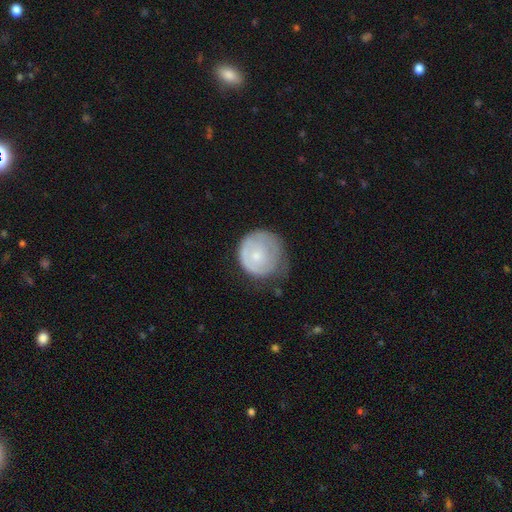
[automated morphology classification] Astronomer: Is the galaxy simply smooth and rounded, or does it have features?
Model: smooth — 56% (runner-up: featured or disk, 38%).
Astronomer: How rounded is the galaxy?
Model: round — 88%.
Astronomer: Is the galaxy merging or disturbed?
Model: none — 48% (runner-up: minor disturbance, 32%).